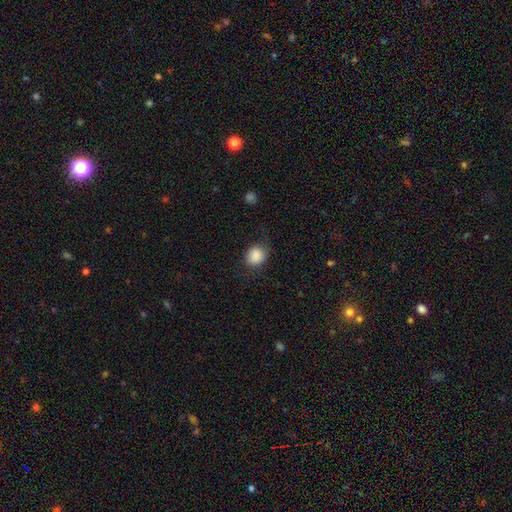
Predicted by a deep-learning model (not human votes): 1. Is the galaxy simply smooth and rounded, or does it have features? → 87% smooth, 8% star or artifact, 5% featured or disk.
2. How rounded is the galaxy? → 66% round, 33% in between, 1% cigar-shaped.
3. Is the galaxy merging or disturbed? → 74% none, 19% minor disturbance, 7% major disturbance, 1% merger.